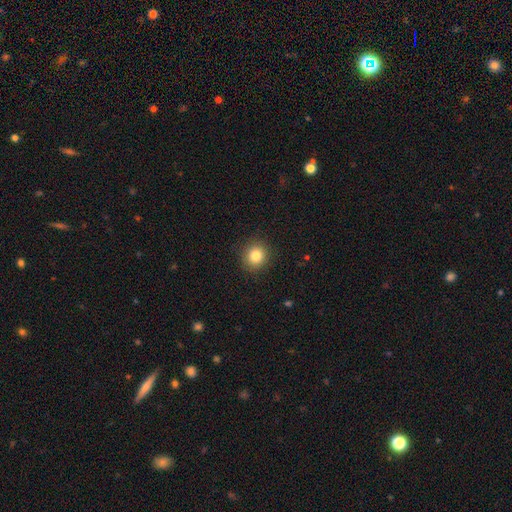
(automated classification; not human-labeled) Smooth or featured?
  - smooth: 82% *
  - star or artifact: 11%
  - featured or disk: 7%
How rounded?
  - round: 89% *
  - in between: 10%
  - cigar-shaped: 1%
Merging?
  - none: 91% *
  - minor disturbance: 6%
  - major disturbance: 2%
  - merger: 1%